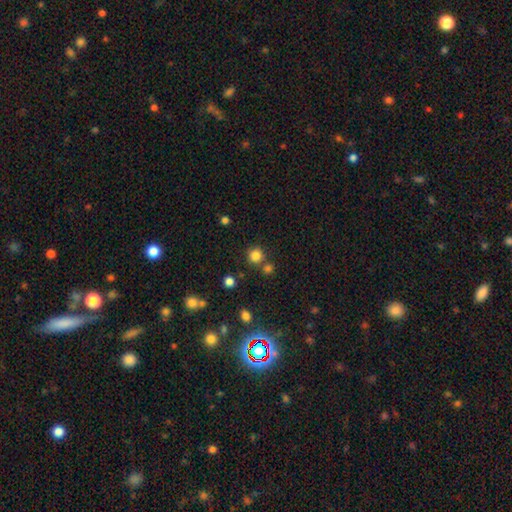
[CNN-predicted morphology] This appears to be a smooth galaxy with no disk features (81%) that is round (93%). Merging: none (74%).